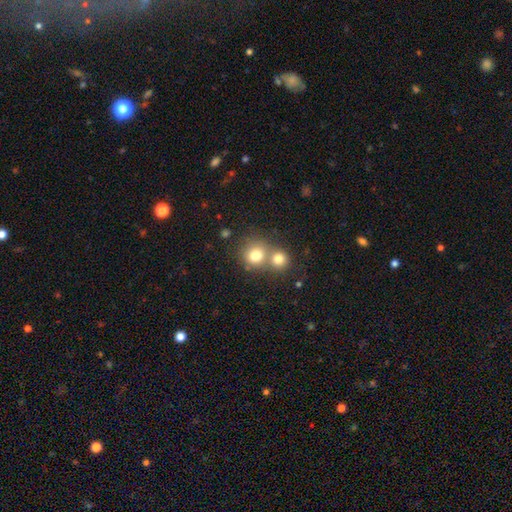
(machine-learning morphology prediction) smooth-or-featured: smooth: 77% | star or artifact: 12% | featured or disk: 11%
  how-rounded: round: 87% | in between: 12% | cigar-shaped: 1%
  merging: merger: 46% | none: 44% | minor disturbance: 7% | major disturbance: 3%